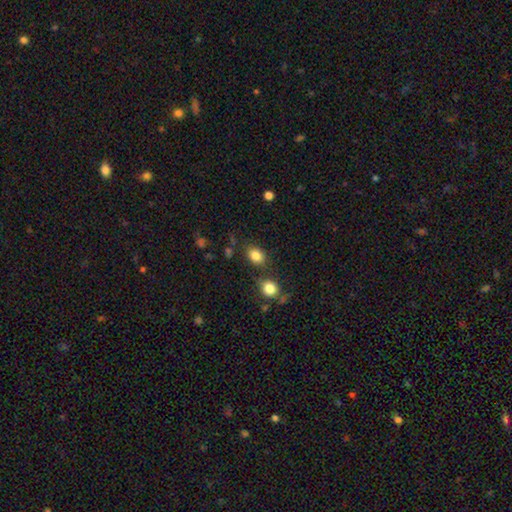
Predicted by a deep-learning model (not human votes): This appears to be a smooth galaxy with no disk features (83%) that is in between round and cigar-shaped (61%). Merging: none (74%).